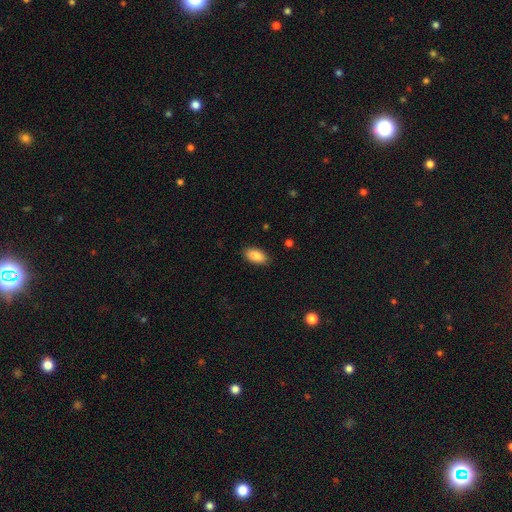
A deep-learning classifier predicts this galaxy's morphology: Smooth or featured? smooth (88%)
How rounded? in between (93%)
Merging? none (88%)